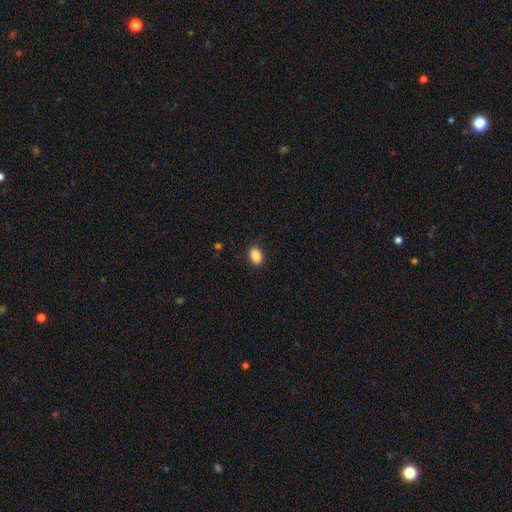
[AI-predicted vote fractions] A smooth galaxy with no disk features (89%) that is in between round and cigar-shaped (86%).

Vote fractions:
- Smooth or featured? smooth: 89% / star or artifact: 8% / featured or disk: 3%
- How rounded? in between: 86% / round: 13% / cigar-shaped: 2%
- Merging? none: 88% / minor disturbance: 9% / major disturbance: 2% / merger: 1%